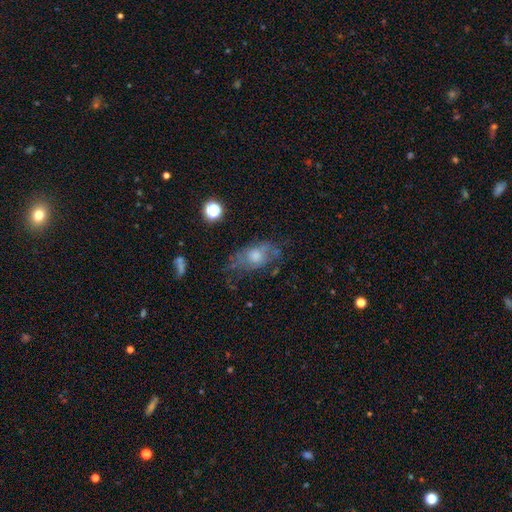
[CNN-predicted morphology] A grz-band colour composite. It shows a featured or disk galaxy (45%). Merging: none (45%).